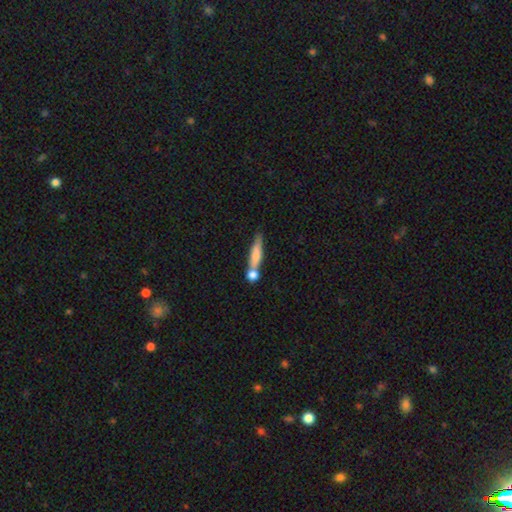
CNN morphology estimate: smooth 66%, featured or disk 27%, star or artifact 7%. Down the decision tree: how rounded — cigar-shaped (76%); merging — none (45%).